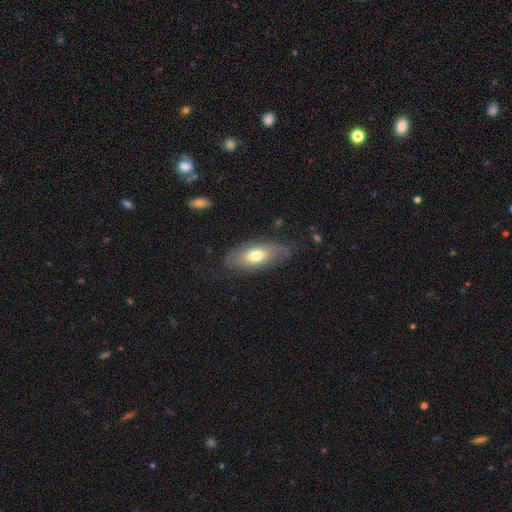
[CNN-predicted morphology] Overall: smooth (58%; featured or disk 35%). How rounded: in between (86%). Merging: none (73%).